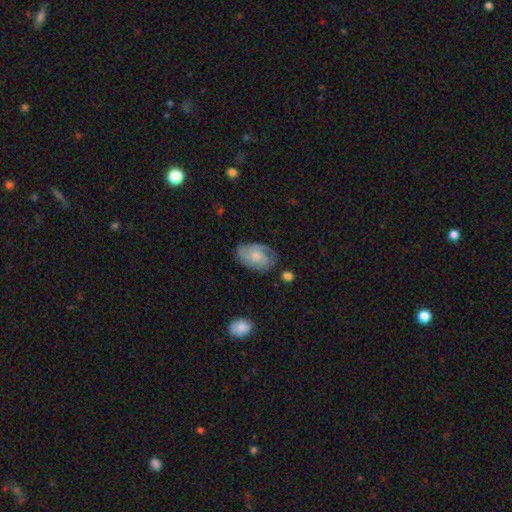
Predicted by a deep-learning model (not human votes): A featured or disk galaxy (57%) with no bar (72%), spiral arms (86%) and a moderate central bulge (40%). Merging: none (64%).